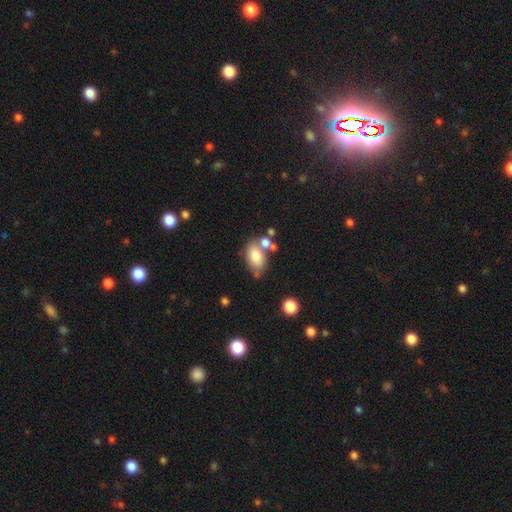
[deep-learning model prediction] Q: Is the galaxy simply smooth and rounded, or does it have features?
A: smooth — 77%.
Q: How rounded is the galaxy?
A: in between — 89%.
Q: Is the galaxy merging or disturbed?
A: none — 48%.